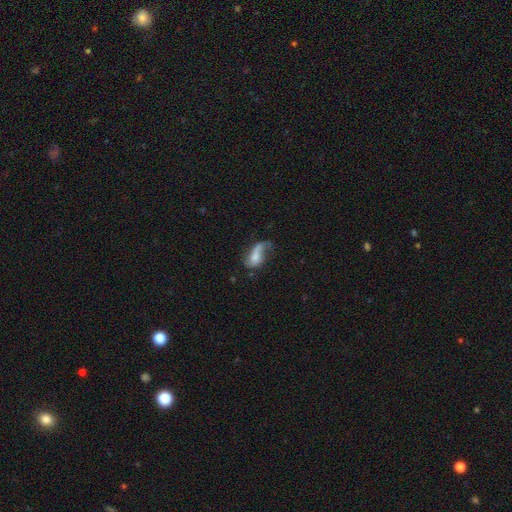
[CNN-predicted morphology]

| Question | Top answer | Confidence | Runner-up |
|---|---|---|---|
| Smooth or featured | featured or disk | 48% | smooth (43%) |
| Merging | major disturbance | 39% | none (30%) |